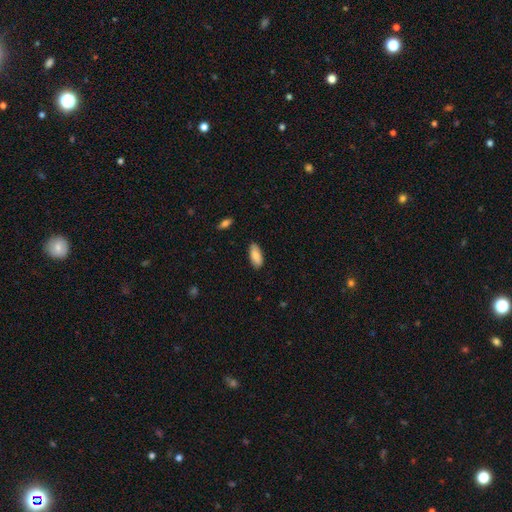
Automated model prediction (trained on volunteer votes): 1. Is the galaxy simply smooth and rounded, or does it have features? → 85% smooth, 9% featured or disk, 6% star or artifact.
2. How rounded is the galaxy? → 84% in between, 14% cigar-shaped, 2% round.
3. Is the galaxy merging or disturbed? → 86% none, 11% minor disturbance, 2% major disturbance, 1% merger.